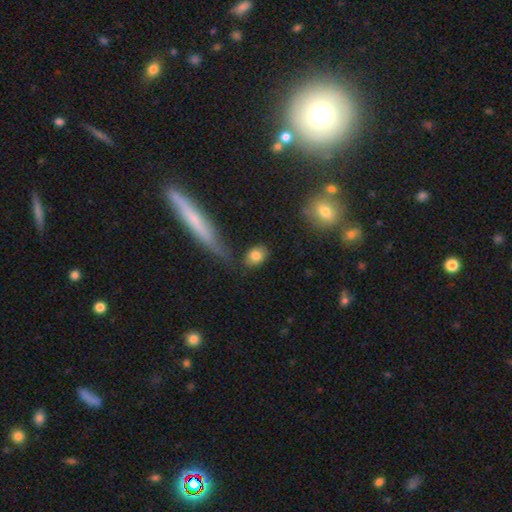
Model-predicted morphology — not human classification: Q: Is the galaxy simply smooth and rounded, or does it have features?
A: smooth — 80%.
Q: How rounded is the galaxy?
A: in between — 67%.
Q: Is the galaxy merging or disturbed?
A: none — 76%.